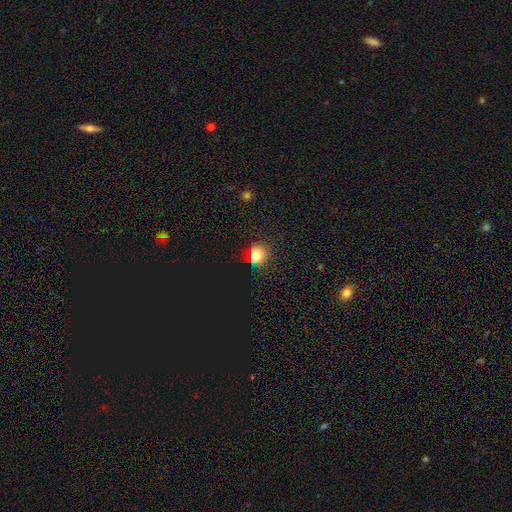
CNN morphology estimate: This is likely a smooth galaxy (71%). How rounded: clearly round (87%). Merging: clearly none (83%).